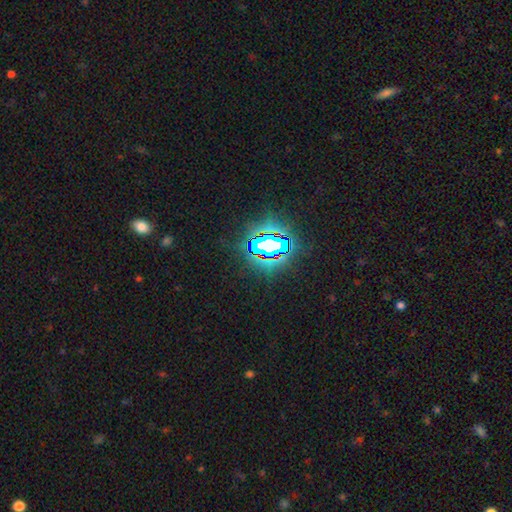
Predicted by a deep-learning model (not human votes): A star or artifact, not a galaxy (84%).